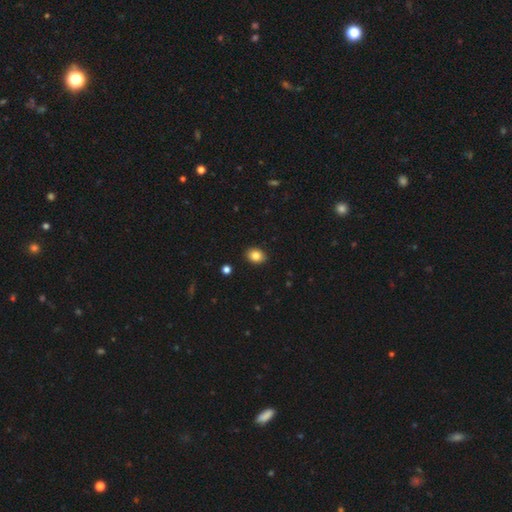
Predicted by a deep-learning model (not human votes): A smooth galaxy with no disk features (84%) that is in between round and cigar-shaped (60%). Merging: none (90%).